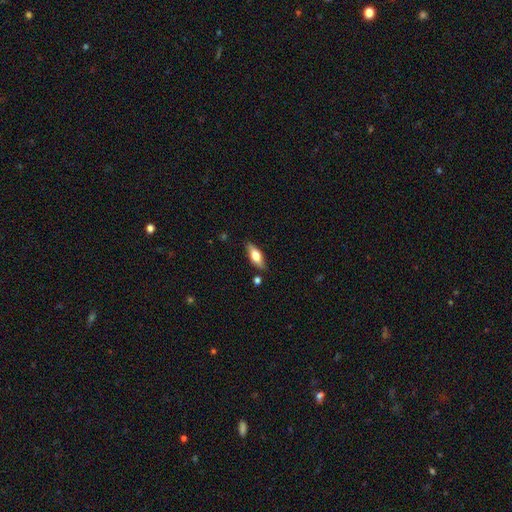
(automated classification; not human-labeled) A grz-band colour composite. It shows a smooth galaxy with no disk features (64%) that is in between round and cigar-shaped (67%). Merging: none (82%).